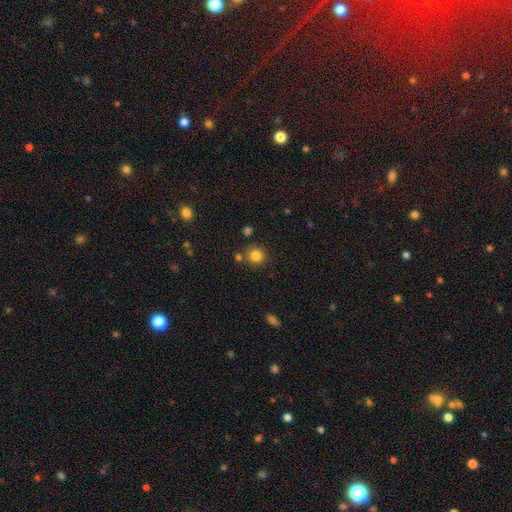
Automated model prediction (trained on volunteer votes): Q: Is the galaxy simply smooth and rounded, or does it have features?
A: smooth — 83%.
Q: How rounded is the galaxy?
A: round — 90%.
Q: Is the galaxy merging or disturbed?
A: none — 79%.